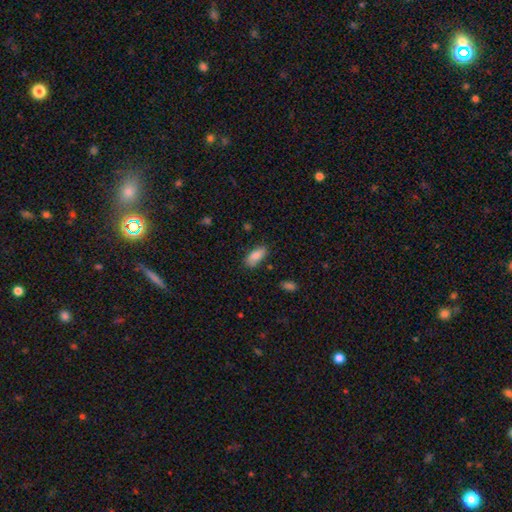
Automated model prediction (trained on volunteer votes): This appears to be a smooth galaxy with no disk features (85%) that is in between round and cigar-shaped (88%). Merging: none (78%).